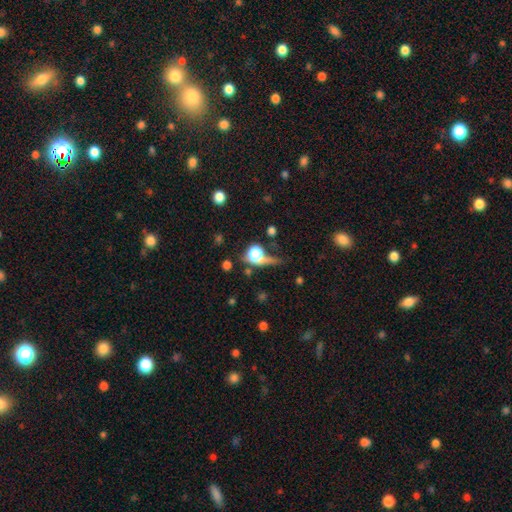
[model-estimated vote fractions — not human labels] This appears to be a smooth galaxy with no disk features (60%) that is round (55%). Merging: none (33%).